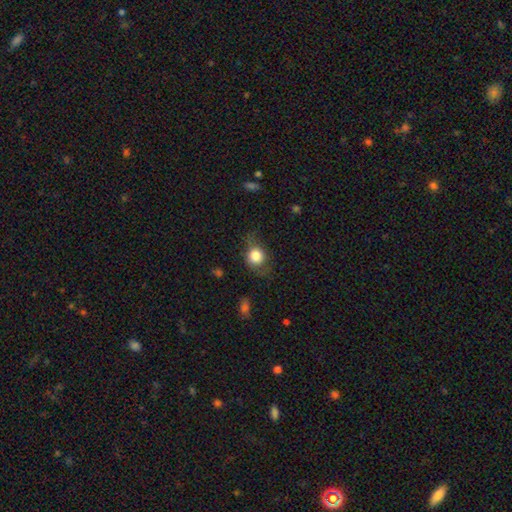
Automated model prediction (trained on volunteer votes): This is clearly a smooth galaxy (80%). How rounded: likely round (77%). Merging: likely none (61%).